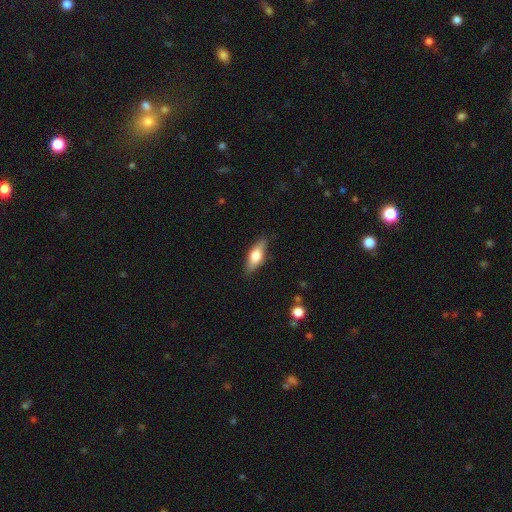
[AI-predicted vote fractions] smooth 62%, featured or disk 32%, star or artifact 6%. Down the decision tree: how rounded — in between (64%); merging — none (83%).